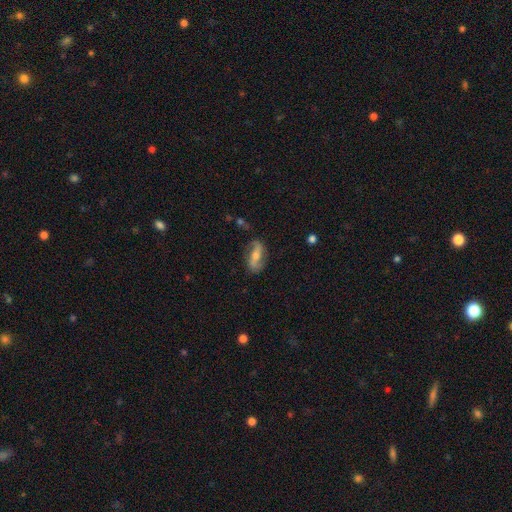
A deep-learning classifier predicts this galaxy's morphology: smooth_or_featured: featured or disk (p=0.67) [alt: smooth p=0.26]
disk_edge_on: no (p=0.89) [alt: yes p=0.11]
bar: strong (p=0.39) [alt: no p=0.31]
has_spiral_arms: yes (p=0.86) [alt: no p=0.14]
spiral_winding: loose (p=0.60) [alt: medium p=0.27]
spiral_arm_count: 2 (p=0.88) [alt: can't tell p=0.05]
bulge_size: moderate (p=0.52) [alt: small p=0.39]
merging: none (p=0.75) [alt: minor disturbance p=0.17]